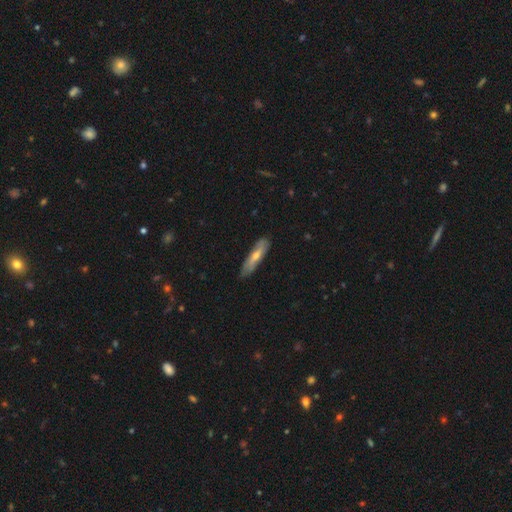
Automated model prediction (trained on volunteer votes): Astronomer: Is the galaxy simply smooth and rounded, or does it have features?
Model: smooth — 49% (runner-up: featured or disk, 45%).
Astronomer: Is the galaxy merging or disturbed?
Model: none — 82%.